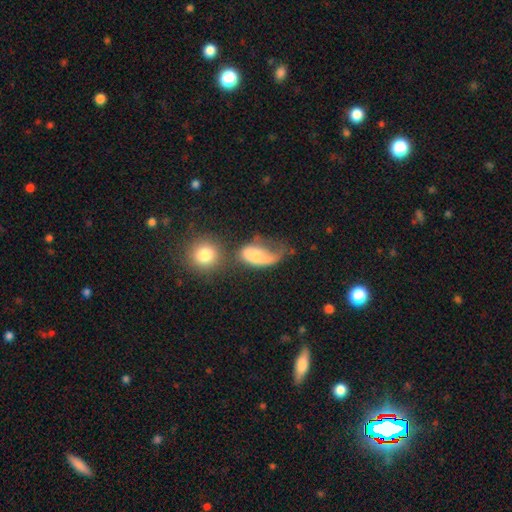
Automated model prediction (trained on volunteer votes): smooth 60%, featured or disk 31%, star or artifact 9%. Down the decision tree: how rounded — in between (79%); merging — major disturbance (38%).